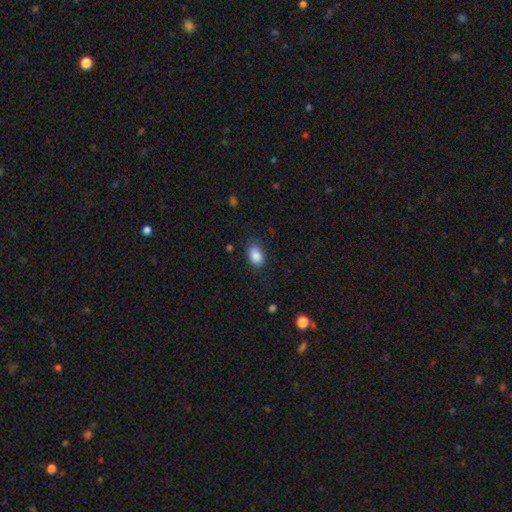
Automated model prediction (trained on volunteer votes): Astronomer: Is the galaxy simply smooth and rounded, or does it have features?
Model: smooth — 87%.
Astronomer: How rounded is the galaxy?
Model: in between — 88%.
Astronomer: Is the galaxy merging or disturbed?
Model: none — 77%.